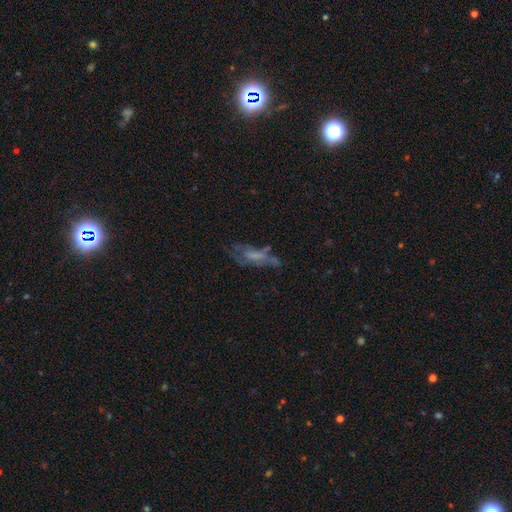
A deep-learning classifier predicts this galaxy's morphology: This appears to be a featured or disk galaxy (45%). Merging: none (39%).